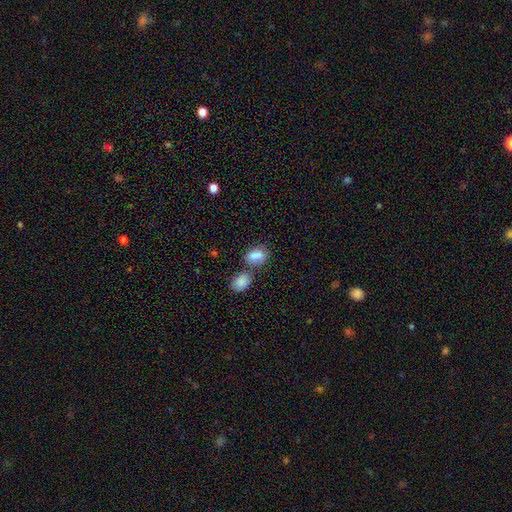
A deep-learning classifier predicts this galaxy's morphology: Overall: smooth (85%). How rounded: in between (84%). Merging: none (46%; merger 34%).